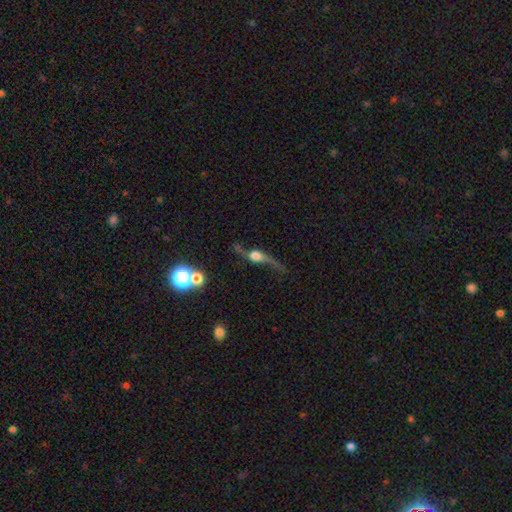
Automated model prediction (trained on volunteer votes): Smooth or featured: featured or disk — 77% (smooth — 13%)
Edge-on disk: no — 52% (yes — 48%)
Merging: none — 52% (major disturbance — 22%)